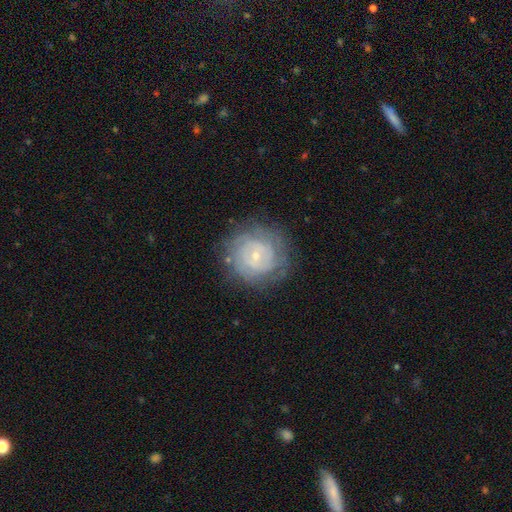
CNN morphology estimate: smooth_or_featured: featured or disk (p=0.70) [alt: smooth p=0.21]
disk_edge_on: no (p=0.97) [alt: yes p=0.03]
bar: no (p=0.69) [alt: weak p=0.25]
has_spiral_arms: yes (p=0.82) [alt: no p=0.18]
spiral_winding: tight (p=0.76) [alt: medium p=0.18]
spiral_arm_count: can't tell (p=0.50) [alt: 2 p=0.19]
bulge_size: small (p=0.79) [alt: moderate p=0.17]
merging: none (p=0.78) [alt: minor disturbance p=0.14]